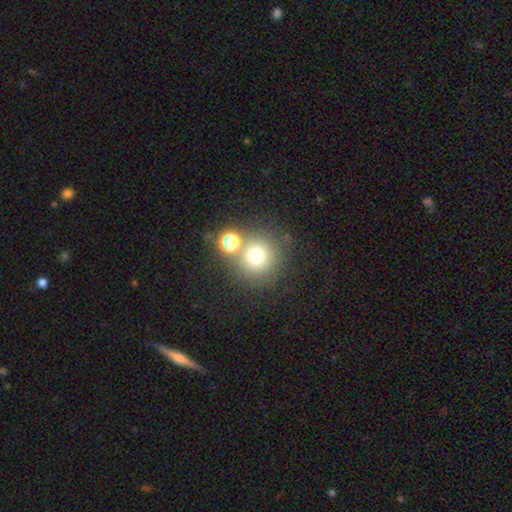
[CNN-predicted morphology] A smooth galaxy with no disk features (70%) that is round (94%).

Vote fractions:
- Smooth or featured? smooth: 70% / star or artifact: 18% / featured or disk: 12%
- How rounded? round: 94% / in between: 5% / cigar-shaped: 1%
- Merging? none: 69% / merger: 19% / minor disturbance: 8% / major disturbance: 4%